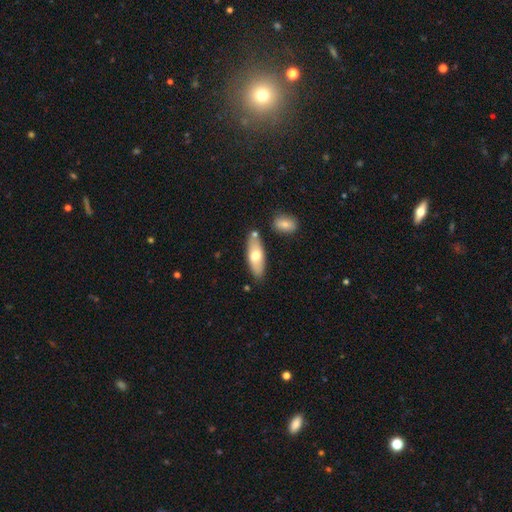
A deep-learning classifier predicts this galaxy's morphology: smooth_or_featured: smooth (p=0.66) [alt: featured or disk p=0.28]
how_rounded: in between (p=0.68) [alt: cigar-shaped p=0.29]
merging: none (p=0.77) [alt: minor disturbance p=0.12]